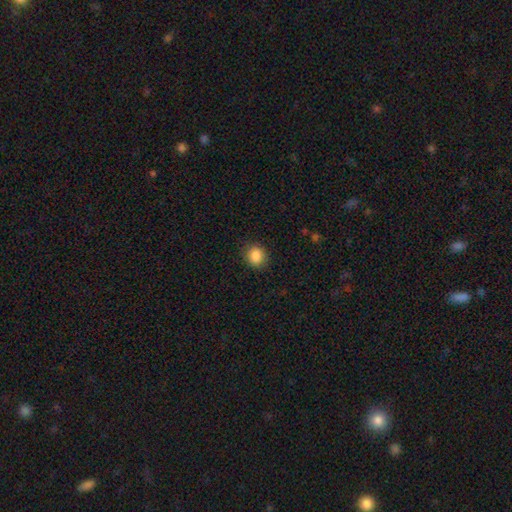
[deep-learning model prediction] Q: Smooth or featured?
A: smooth (88%); runner-up: star or artifact (9%)
Q: How rounded?
A: round (75%); runner-up: in between (24%)
Q: Merging?
A: none (87%); runner-up: minor disturbance (9%)